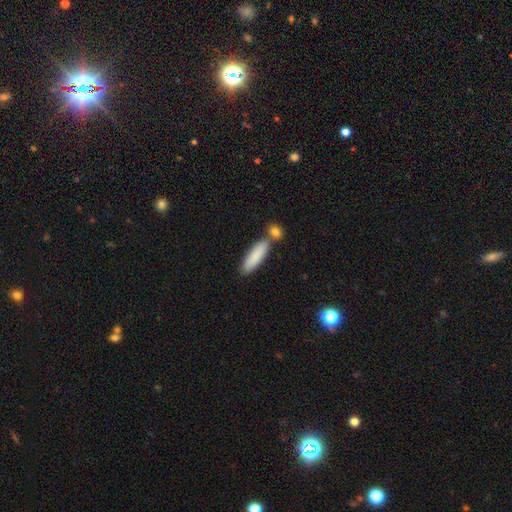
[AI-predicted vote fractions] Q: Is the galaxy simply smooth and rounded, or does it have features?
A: smooth — 85%.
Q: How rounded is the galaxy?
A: cigar-shaped — 65%.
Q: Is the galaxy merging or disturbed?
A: none — 66%.